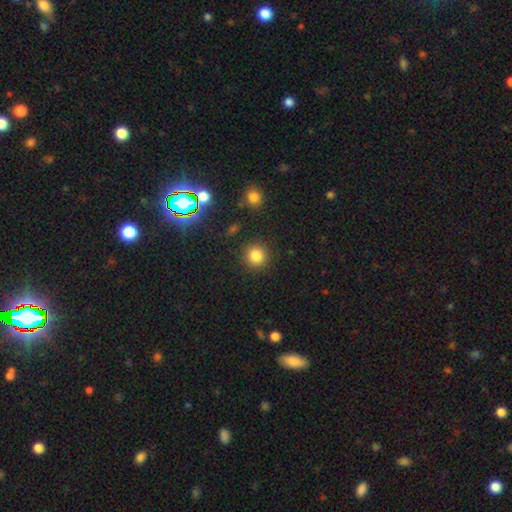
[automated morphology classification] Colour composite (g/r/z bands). It shows a smooth galaxy with no disk features (81%) that is round (92%). Merging: none (90%).